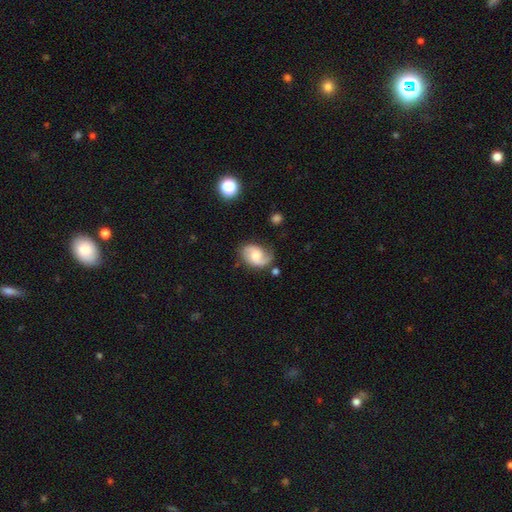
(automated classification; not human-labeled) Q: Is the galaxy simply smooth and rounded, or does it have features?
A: featured or disk — 70%.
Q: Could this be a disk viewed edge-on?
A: no — 97%.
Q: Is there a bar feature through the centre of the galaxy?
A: no — 55%.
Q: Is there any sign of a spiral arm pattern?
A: yes — 95%.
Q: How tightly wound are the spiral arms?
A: medium — 45%.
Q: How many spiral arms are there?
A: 2 — 78%.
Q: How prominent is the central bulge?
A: moderate — 49%.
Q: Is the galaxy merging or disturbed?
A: none — 68%.